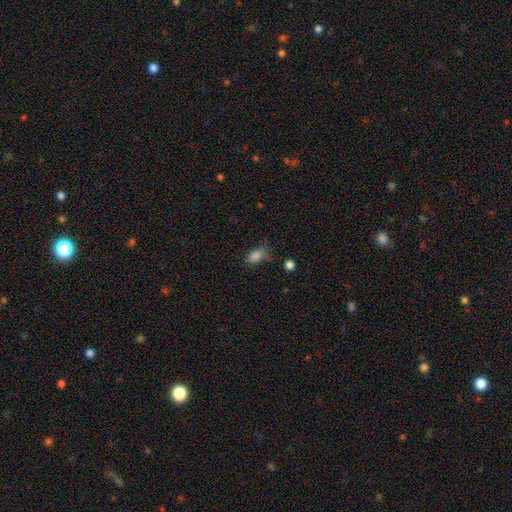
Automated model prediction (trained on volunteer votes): Smooth or featured? smooth (83%)
How rounded? in between (86%)
Merging? none (56%)